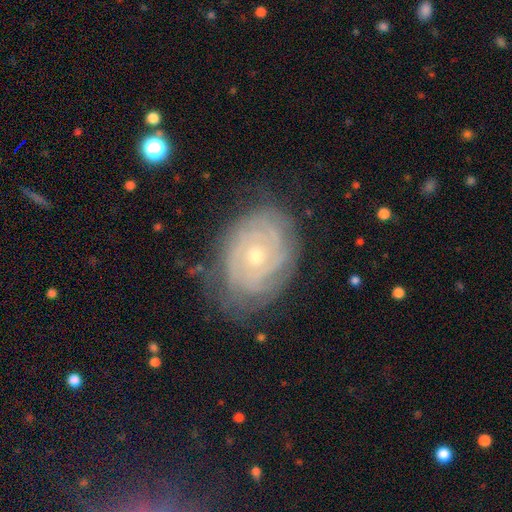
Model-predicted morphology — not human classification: Smooth or featured? Predicted: featured or disk (p=0.82). Edge-on disk? Predicted: no (p=0.96). Bar? Predicted: no (p=0.80). Spiral arms? Predicted: yes (p=0.93). Spiral winding? Predicted: tight (p=0.81). Spiral arm count? Predicted: can't tell (p=0.43). Bulge size? Predicted: small (p=0.58). Merging? Predicted: none (p=0.74).